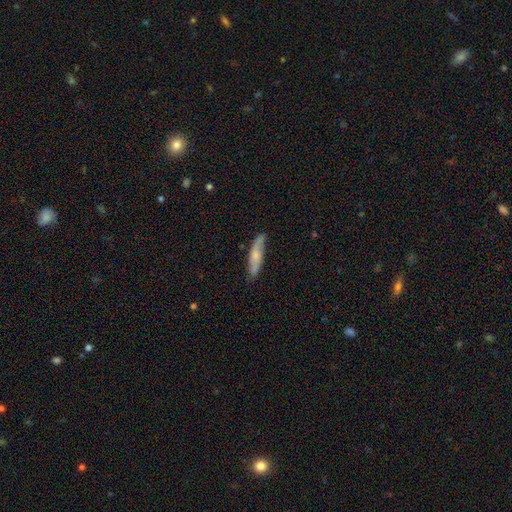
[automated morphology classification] Smooth or featured? Predicted: smooth (p=0.50). Merging? Predicted: none (p=0.75).